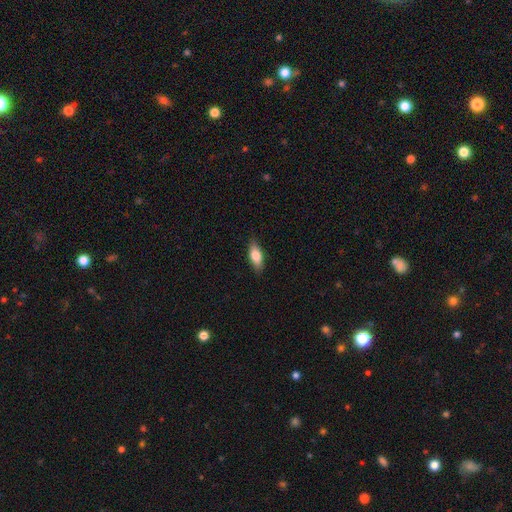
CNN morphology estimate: This is likely a smooth galaxy (79%). How rounded: likely in between (80%). Merging: clearly none (84%).